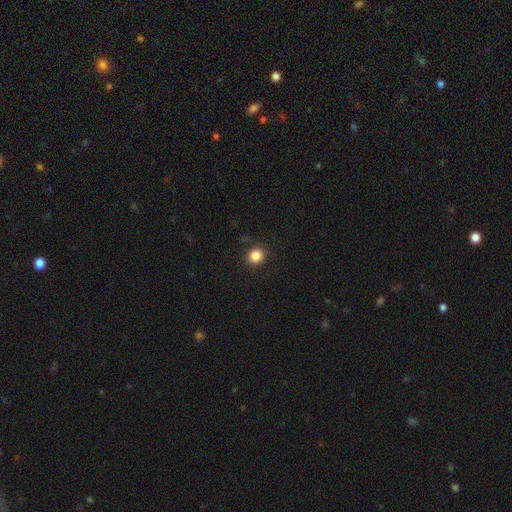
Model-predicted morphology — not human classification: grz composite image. It shows a smooth galaxy with no disk features (86%) that is round (85%). Merging: none (90%).